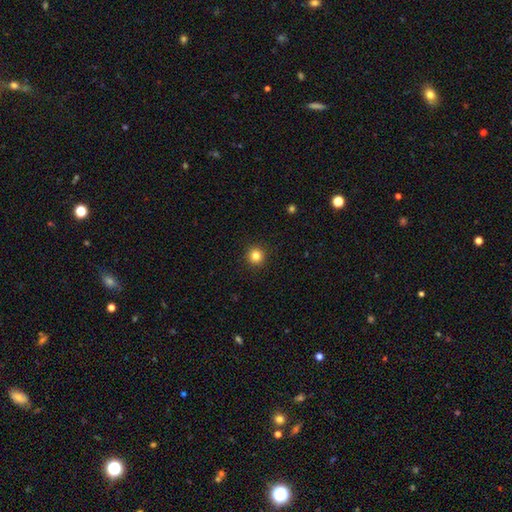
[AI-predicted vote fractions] A smooth galaxy with no disk features (83%) that is round (95%). Merging: none (93%).